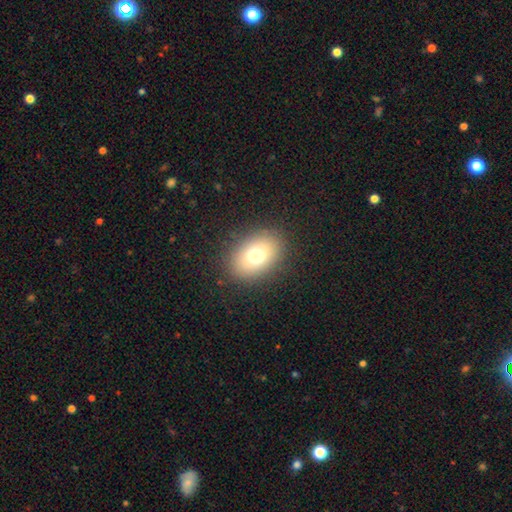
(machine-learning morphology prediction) Q: Smooth or featured?
A: smooth (72%); runner-up: featured or disk (15%)
Q: How rounded?
A: in between (71%); runner-up: round (28%)
Q: Merging?
A: none (86%); runner-up: minor disturbance (9%)